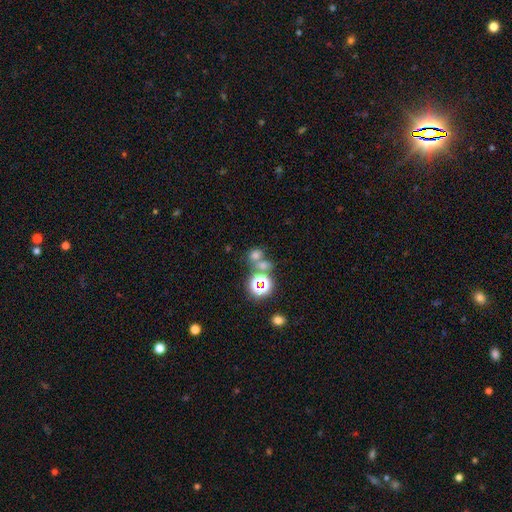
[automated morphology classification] Overall: smooth (57%; star or artifact 33%). How rounded: round (65%; in between 33%). Merging: none (48%; merger 38%).